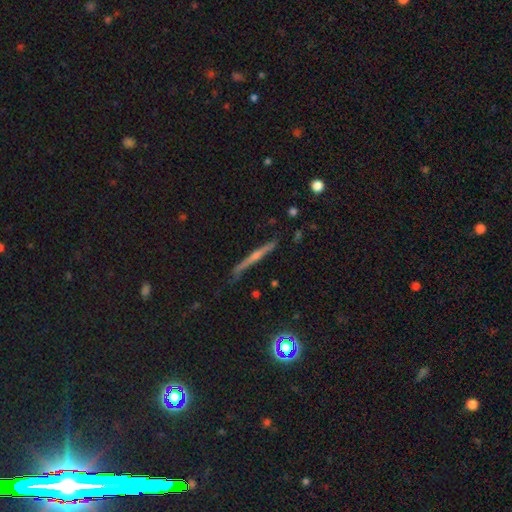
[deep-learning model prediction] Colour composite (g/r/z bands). It shows a featured or disk galaxy (57%) viewed edge-on (92%) with a rounded central bulge (58%). Merging: none (82%).